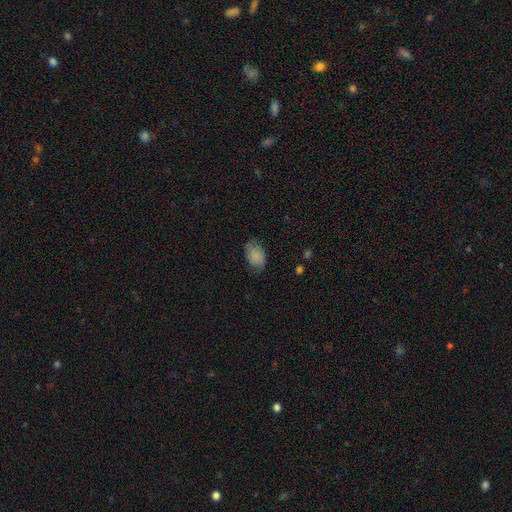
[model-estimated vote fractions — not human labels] Q: Smooth or featured?
A: smooth (82%); runner-up: featured or disk (11%)
Q: How rounded?
A: in between (85%); runner-up: round (14%)
Q: Merging?
A: none (72%); runner-up: minor disturbance (22%)